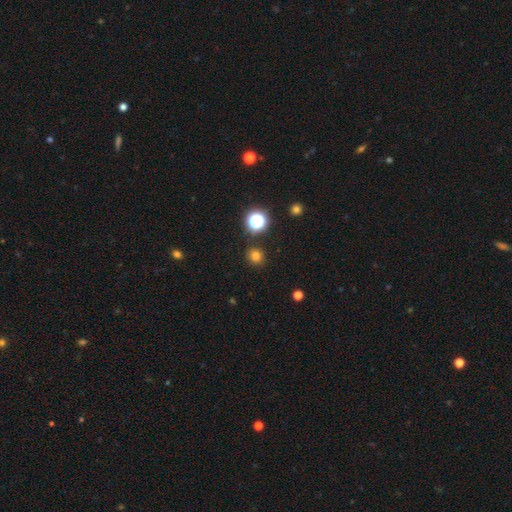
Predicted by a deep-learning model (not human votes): Q: Smooth or featured?
A: smooth (77%); runner-up: star or artifact (18%)
Q: How rounded?
A: round (89%); runner-up: in between (10%)
Q: Merging?
A: none (89%); runner-up: minor disturbance (6%)